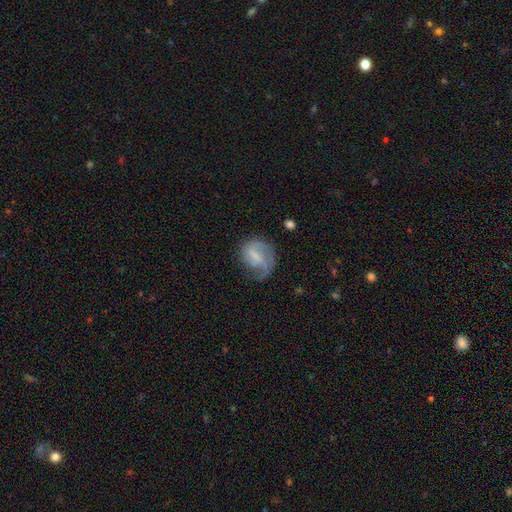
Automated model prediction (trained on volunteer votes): This appears to be a featured or disk galaxy (62%) with a weak bar (49%), spiral arms (83%) and no central bulge (44%). Merging: none (43%).